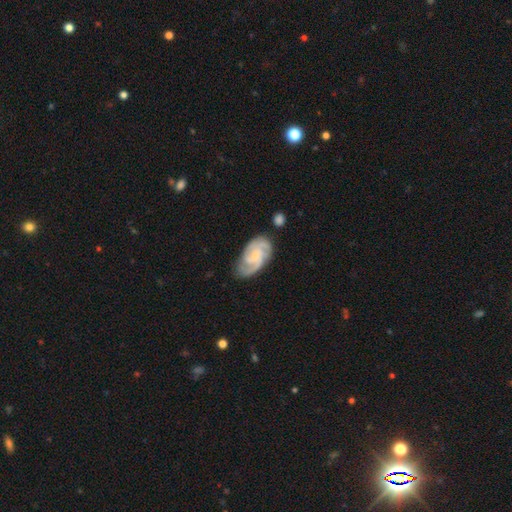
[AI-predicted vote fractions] Smooth or featured? featured or disk (84%)
Edge-on disk? no (97%)
Bar? no (60%)
Spiral arms? yes (98%)
Spiral winding? tight (50%)
Spiral arm count? 3 (47%)
Bulge size? small (58%)
Merging? none (75%)